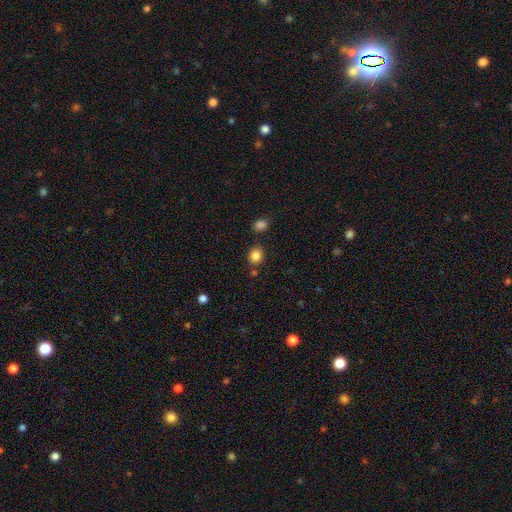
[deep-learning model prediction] A smooth galaxy with no disk features (85%) that is round (66%). Merging: none (77%).